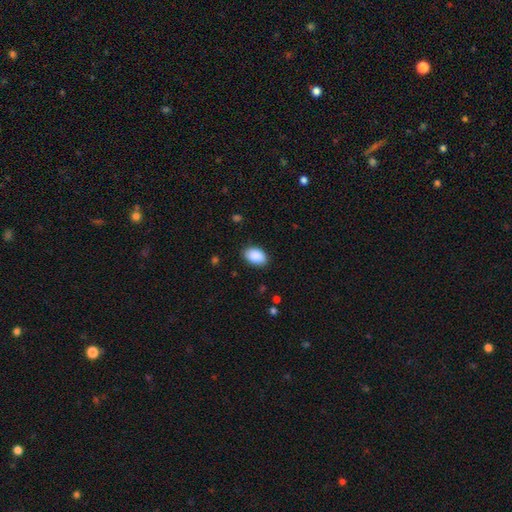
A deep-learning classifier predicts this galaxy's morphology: Q: Smooth or featured?
A: smooth (90%); runner-up: star or artifact (6%)
Q: How rounded?
A: in between (91%); runner-up: round (8%)
Q: Merging?
A: none (87%); runner-up: minor disturbance (10%)